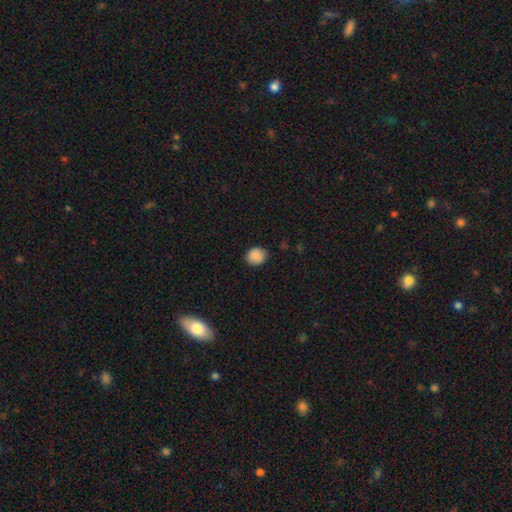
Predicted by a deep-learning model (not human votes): smooth_or_featured: smooth (p=0.89) [alt: star or artifact p=0.08]
how_rounded: round (p=0.70) [alt: in between p=0.29]
merging: none (p=0.86) [alt: minor disturbance p=0.11]